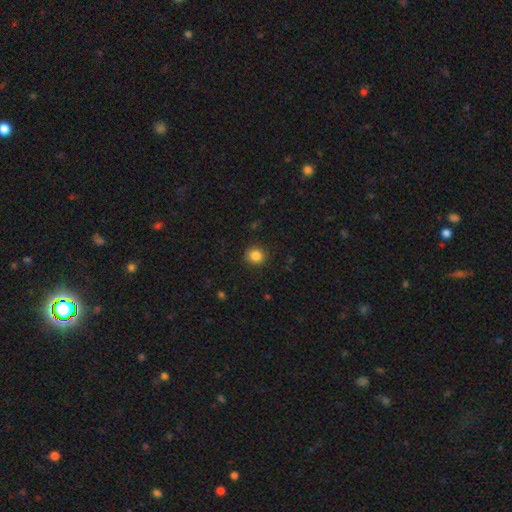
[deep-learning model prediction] Smooth or featured: smooth — 85% (star or artifact — 11%)
How rounded: round — 90% (in between — 9%)
Merging: none — 89% (minor disturbance — 7%)